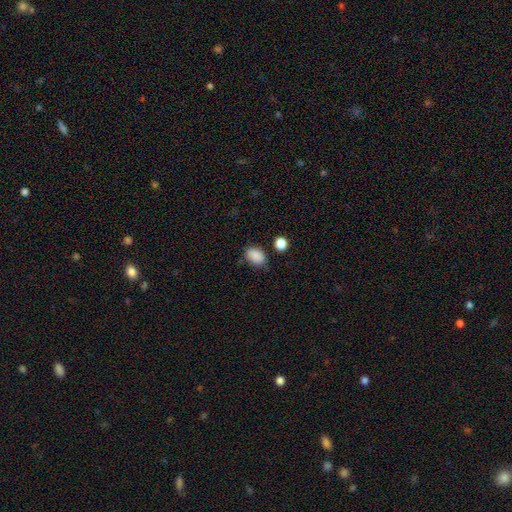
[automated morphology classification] smooth 87%, star or artifact 9%, featured or disk 4%. Down the decision tree: how rounded — in between (77%); merging — none (72%).